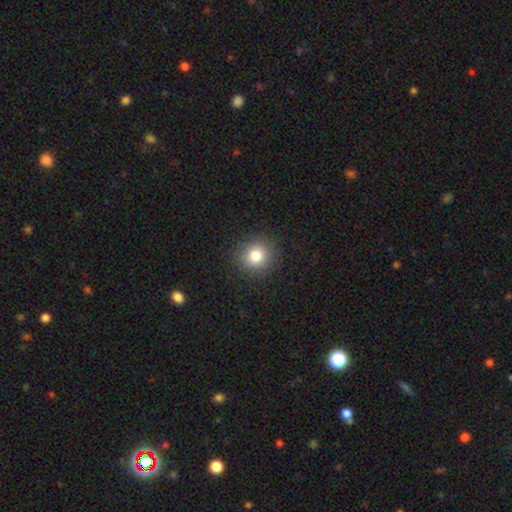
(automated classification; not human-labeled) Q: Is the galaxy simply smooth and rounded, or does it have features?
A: smooth — 80%.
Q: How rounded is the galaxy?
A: round — 89%.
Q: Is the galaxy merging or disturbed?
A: none — 90%.